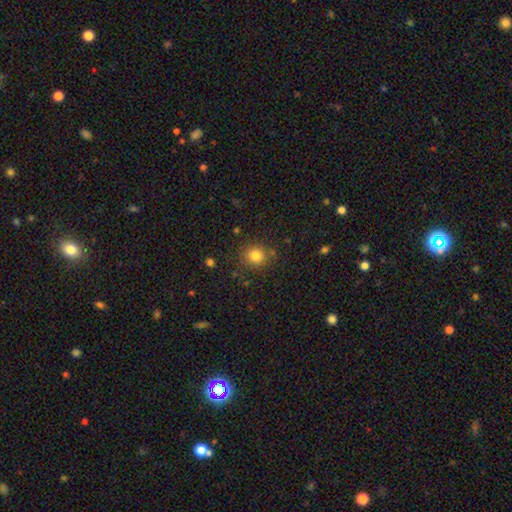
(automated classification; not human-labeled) smooth 81%, star or artifact 13%, featured or disk 6%. Down the decision tree: how rounded — round (88%); merging — none (83%).